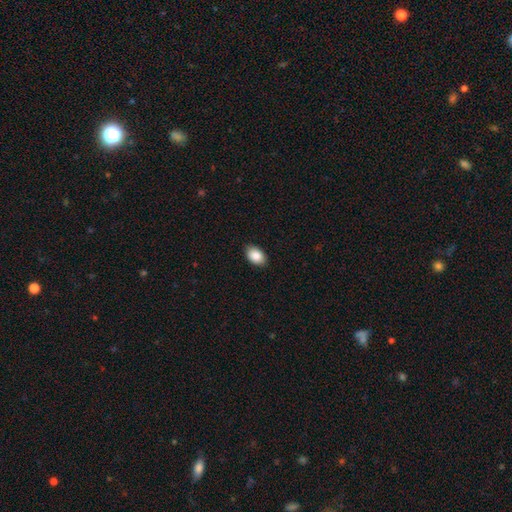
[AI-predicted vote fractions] smooth_or_featured: smooth (p=0.89) [alt: star or artifact p=0.07]
how_rounded: in between (p=0.90) [alt: round p=0.09]
merging: none (p=0.88) [alt: minor disturbance p=0.09]